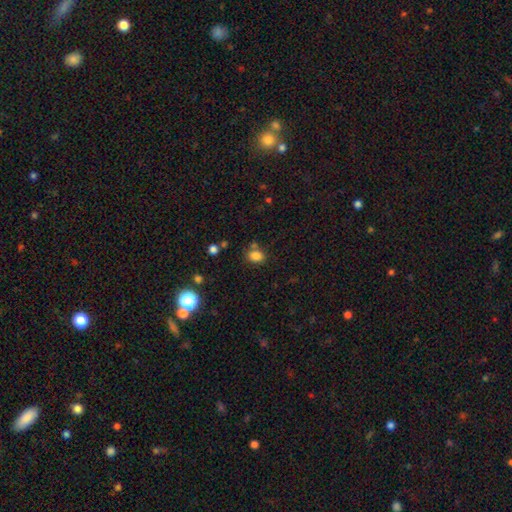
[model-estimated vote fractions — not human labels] This appears to be a smooth galaxy with no disk features (82%) that is in between round and cigar-shaped (61%). Merging: none (69%).